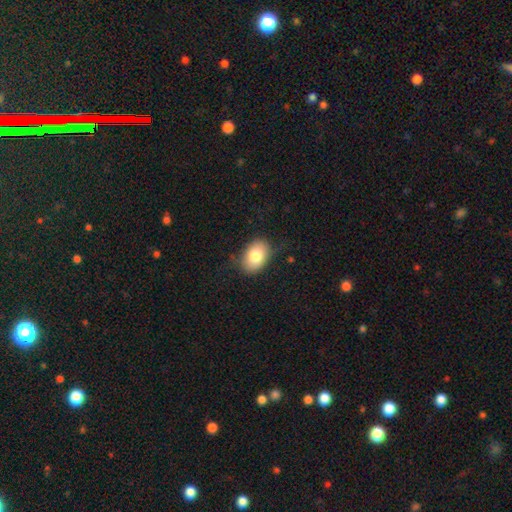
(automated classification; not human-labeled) This is likely a smooth galaxy (79%). How rounded: likely in between (80%). Merging: likely none (78%).